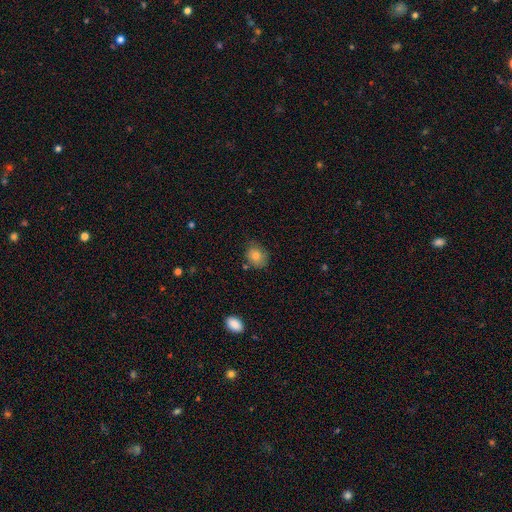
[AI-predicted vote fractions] Q: Smooth or featured?
A: smooth (82%); runner-up: featured or disk (9%)
Q: How rounded?
A: round (53%); runner-up: in between (46%)
Q: Merging?
A: none (72%); runner-up: minor disturbance (20%)